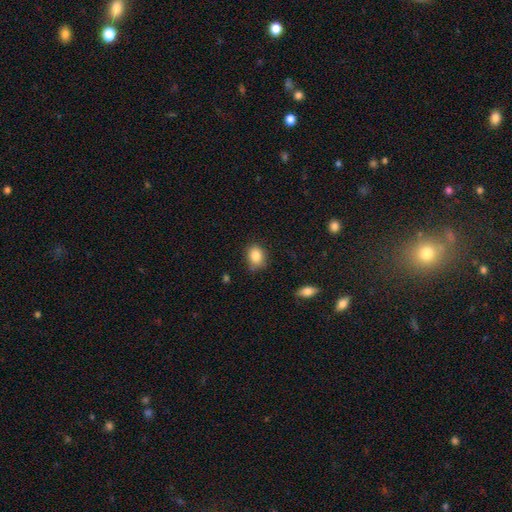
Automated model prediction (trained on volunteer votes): A smooth galaxy with no disk features (85%) that is in between round and cigar-shaped (59%). Merging: none (78%).